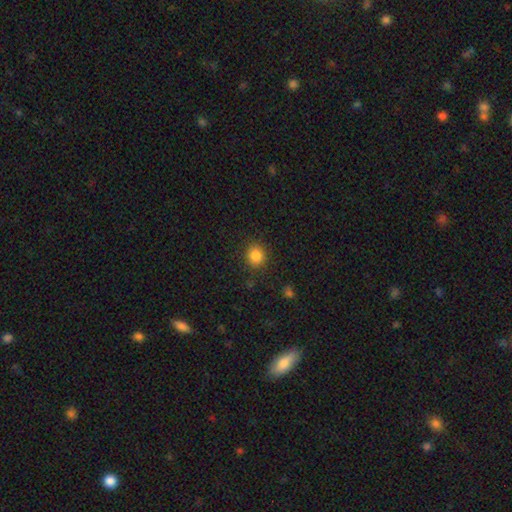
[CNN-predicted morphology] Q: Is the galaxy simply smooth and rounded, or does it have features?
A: smooth — 85%.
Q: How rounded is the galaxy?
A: round — 82%.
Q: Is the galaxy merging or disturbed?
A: none — 87%.